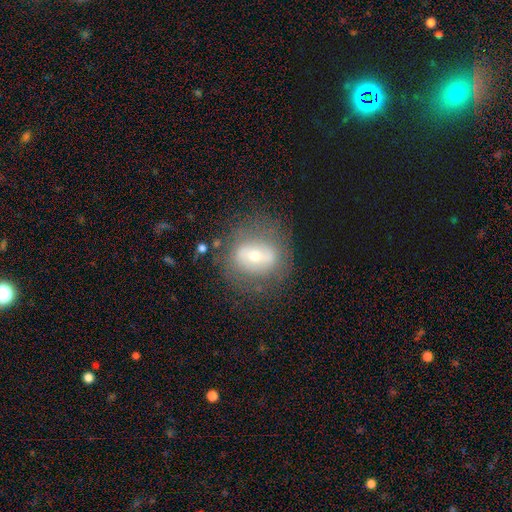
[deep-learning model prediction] Smooth or featured: featured or disk — 53% (smooth — 37%)
Edge-on disk: no — 89% (yes — 11%)
Merging: none — 73% (minor disturbance — 15%)